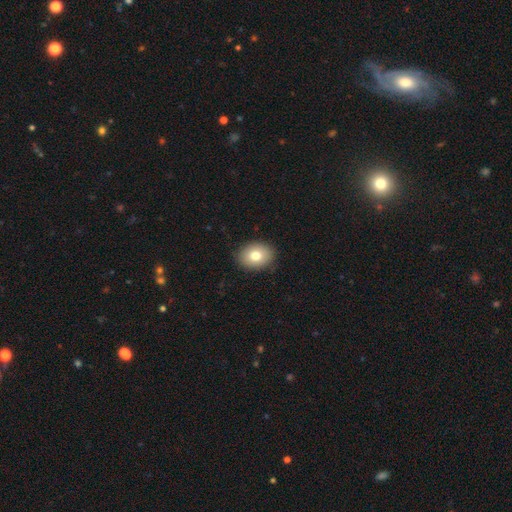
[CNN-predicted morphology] Smooth or featured?
  - smooth: 78% *
  - featured or disk: 12%
  - star or artifact: 9%
How rounded?
  - in between: 58% *
  - round: 41%
  - cigar-shaped: 1%
Merging?
  - none: 88% *
  - minor disturbance: 9%
  - major disturbance: 2%
  - merger: 1%